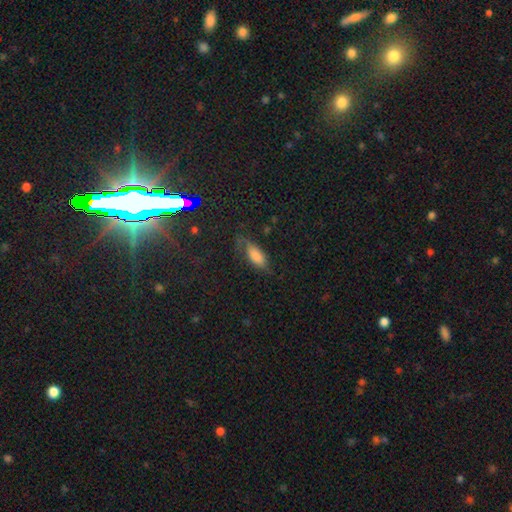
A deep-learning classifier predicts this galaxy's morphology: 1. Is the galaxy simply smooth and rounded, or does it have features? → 69% smooth, 19% featured or disk, 12% star or artifact.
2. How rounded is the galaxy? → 76% in between, 22% cigar-shaped, 3% round.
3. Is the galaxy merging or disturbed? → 63% none, 25% minor disturbance, 10% major disturbance, 2% merger.